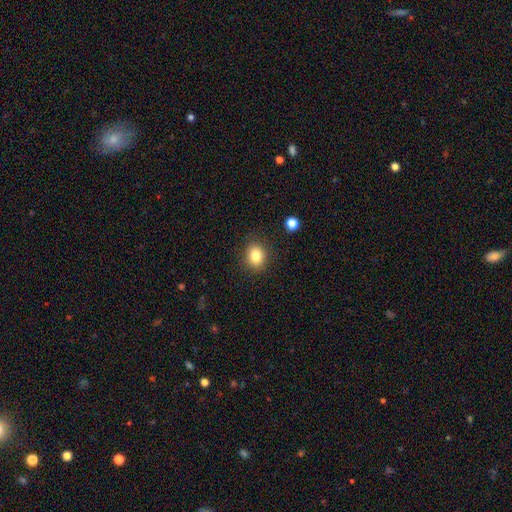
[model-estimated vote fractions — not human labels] Smooth or featured? Predicted: smooth (p=0.82). How rounded? Predicted: round (p=0.58). Merging? Predicted: none (p=0.87).